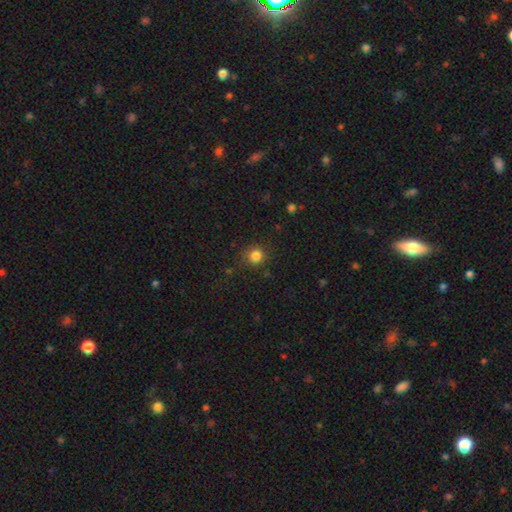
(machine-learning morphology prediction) Overall: smooth (83%). How rounded: round (90%). Merging: none (84%).